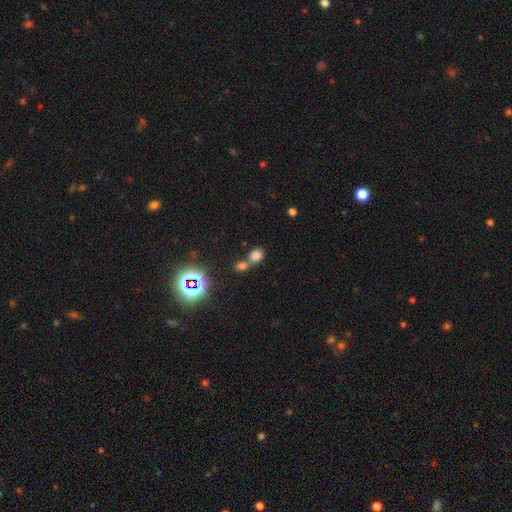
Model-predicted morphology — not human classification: This appears to be a smooth galaxy with no disk features (72%) that is round (65%). Merging: merger (51%).